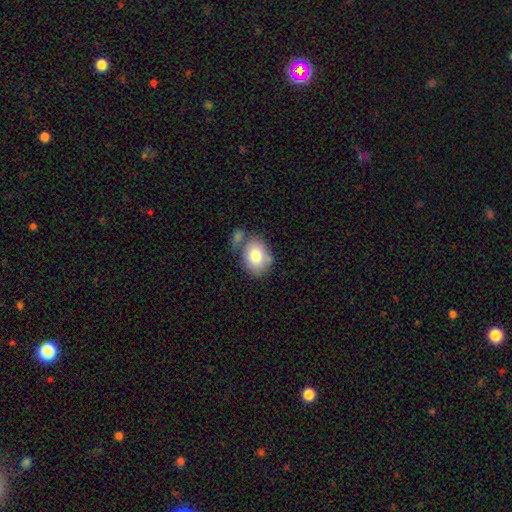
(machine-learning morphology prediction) Smooth or featured: smooth — 77% (featured or disk — 15%)
How rounded: in between — 60% (round — 39%)
Merging: none — 55% (merger — 21%)